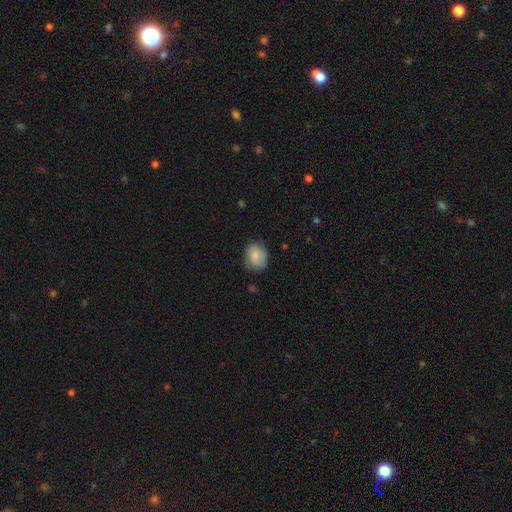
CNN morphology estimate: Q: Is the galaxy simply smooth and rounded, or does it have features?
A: smooth — 76%.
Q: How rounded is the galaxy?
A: round — 54%.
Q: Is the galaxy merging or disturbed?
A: none — 71%.